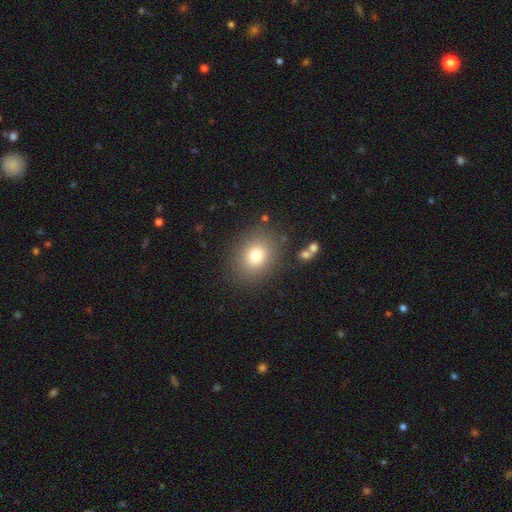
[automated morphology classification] A smooth galaxy with no disk features (79%) that is in between round and cigar-shaped (52%).

Vote fractions:
- Smooth or featured? smooth: 79% / star or artifact: 11% / featured or disk: 10%
- How rounded? in between: 52% / round: 47% / cigar-shaped: 1%
- Merging? none: 84% / minor disturbance: 10% / major disturbance: 4% / merger: 3%